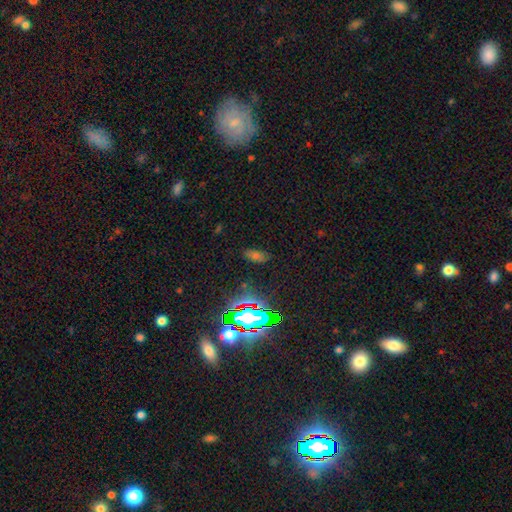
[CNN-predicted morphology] This is marginally a smooth galaxy (43%). Merging: likely none (80%).